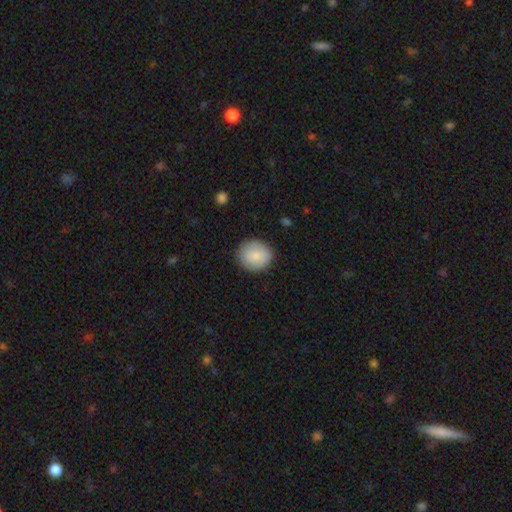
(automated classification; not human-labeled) smooth-or-featured: smooth: 83% | featured or disk: 10% | star or artifact: 6%
  how-rounded: round: 81% | in between: 18% | cigar-shaped: 1%
  merging: none: 87% | minor disturbance: 10% | major disturbance: 2% | merger: 1%